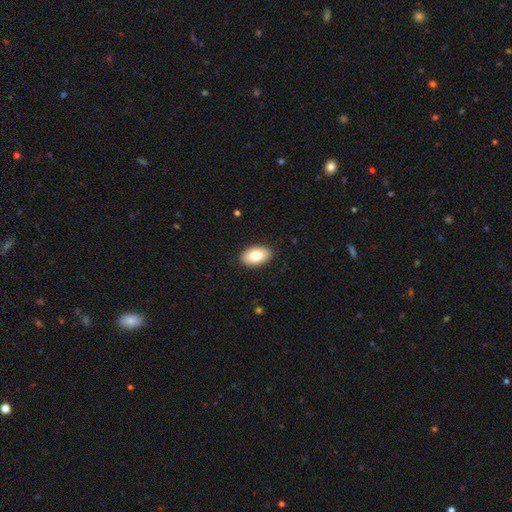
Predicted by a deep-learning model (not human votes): smooth_or_featured: smooth (p=0.80) [alt: featured or disk p=0.13]
how_rounded: in between (p=0.93) [alt: round p=0.05]
merging: none (p=0.89) [alt: minor disturbance p=0.08]